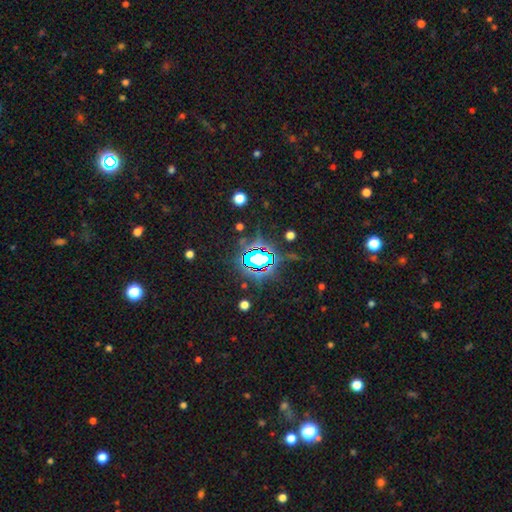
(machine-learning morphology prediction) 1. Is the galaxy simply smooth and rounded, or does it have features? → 73% star or artifact, 15% smooth, 12% featured or disk.